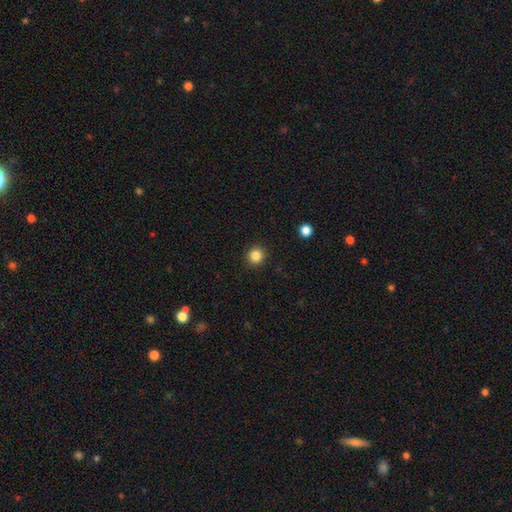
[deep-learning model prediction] The model was most divided on "smooth or featured": smooth: 85%, star or artifact: 11%, featured or disk: 4%. More confident: how rounded — round (94%); merging — none (92%).